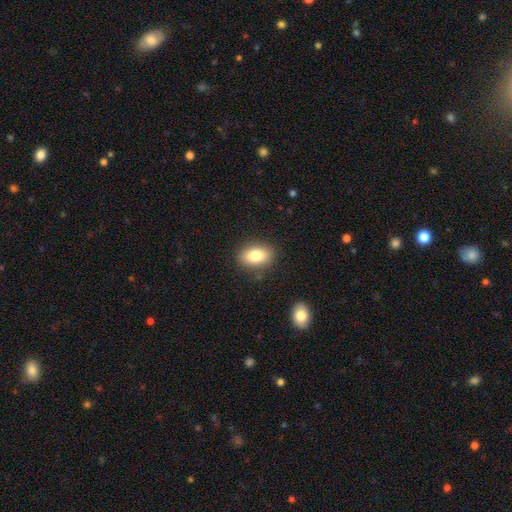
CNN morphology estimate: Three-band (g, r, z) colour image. It shows a smooth galaxy with no disk features (83%) that is in between round and cigar-shaped (82%). Merging: none (84%).